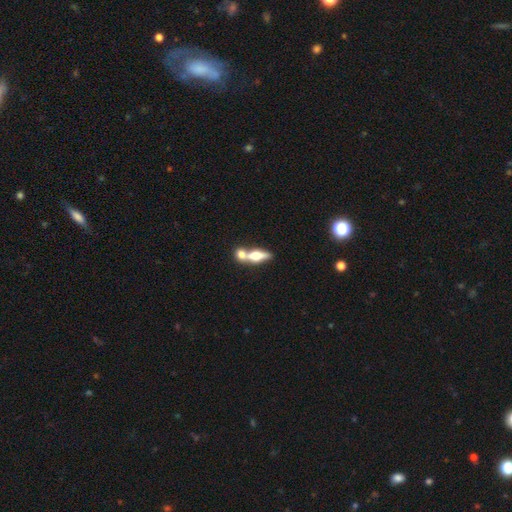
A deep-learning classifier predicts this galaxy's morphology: A smooth galaxy with no disk features (51%) that is in between round and cigar-shaped (57%). Merging: merger (59%).